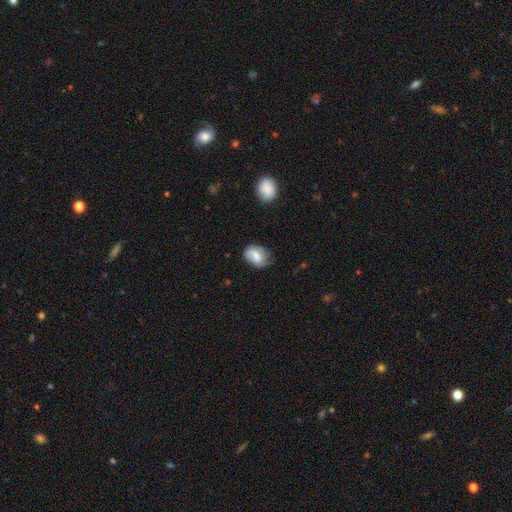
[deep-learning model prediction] Smooth or featured: smooth — 60% (featured or disk — 31%)
How rounded: in between — 75% (round — 23%)
Merging: none — 54% (minor disturbance — 32%)